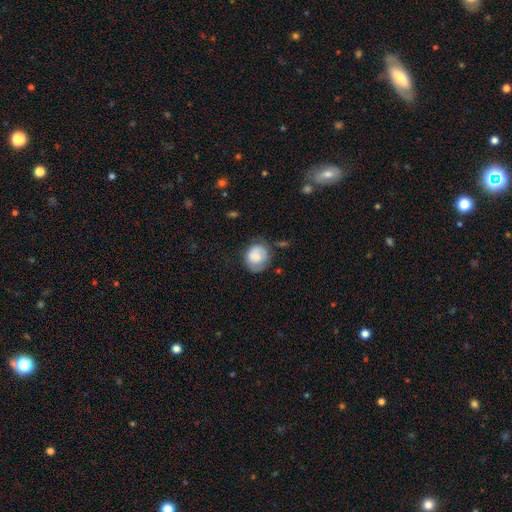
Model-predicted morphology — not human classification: smooth 69%, featured or disk 23%, star or artifact 8%. Down the decision tree: how rounded — round (72%); merging — none (58%).